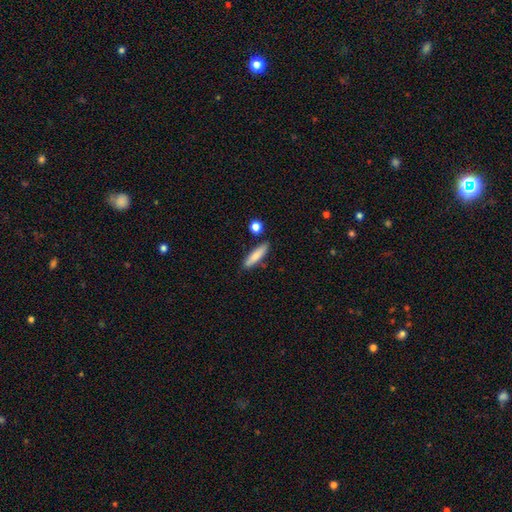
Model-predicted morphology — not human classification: This appears to be a smooth galaxy with no disk features (79%) that is cigar-shaped (74%). Merging: none (81%).